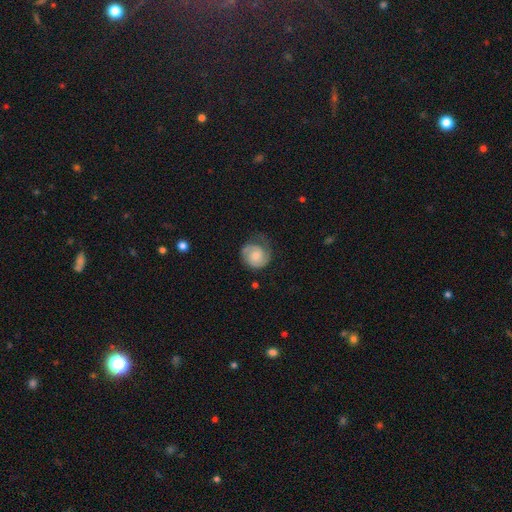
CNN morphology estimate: A featured or disk galaxy (57%) with no bar (69%), 2 (60%) tight (50%) spiral arms (91%) and a small central bulge (44%). Merging: none (57%).